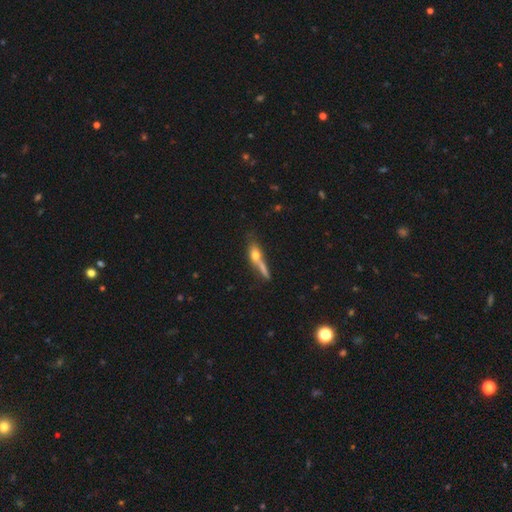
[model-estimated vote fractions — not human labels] smooth 45%, featured or disk 43%, star or artifact 12%. Down the decision tree: merging — none (47%).